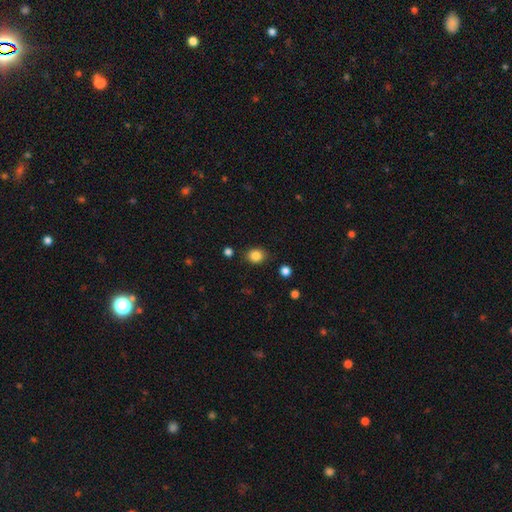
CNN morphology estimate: Smooth or featured? Predicted: smooth (p=0.85). How rounded? Predicted: round (p=0.61). Merging? Predicted: none (p=0.83).